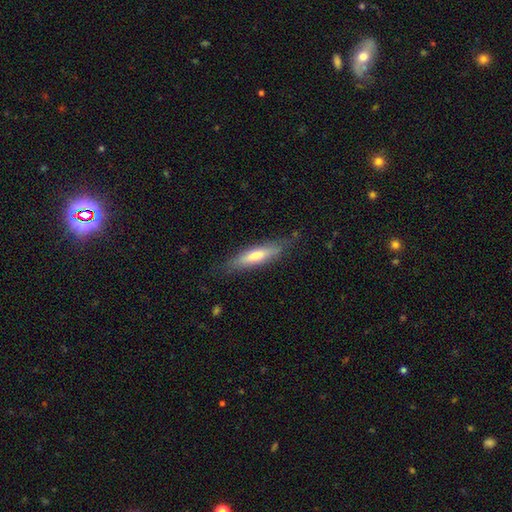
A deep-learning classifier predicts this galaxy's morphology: Smooth or featured? smooth (59%)
How rounded? cigar-shaped (75%)
Merging? none (80%)